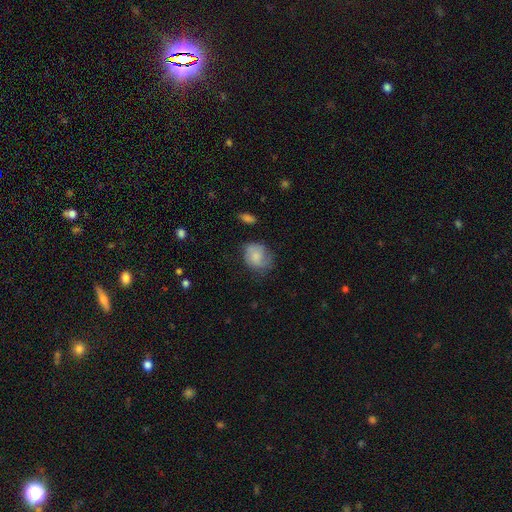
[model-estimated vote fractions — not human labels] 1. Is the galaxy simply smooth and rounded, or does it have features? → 73% smooth, 20% featured or disk, 7% star or artifact.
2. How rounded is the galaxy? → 58% round, 41% in between, 1% cigar-shaped.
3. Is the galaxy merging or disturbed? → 57% none, 29% minor disturbance, 12% major disturbance, 2% merger.